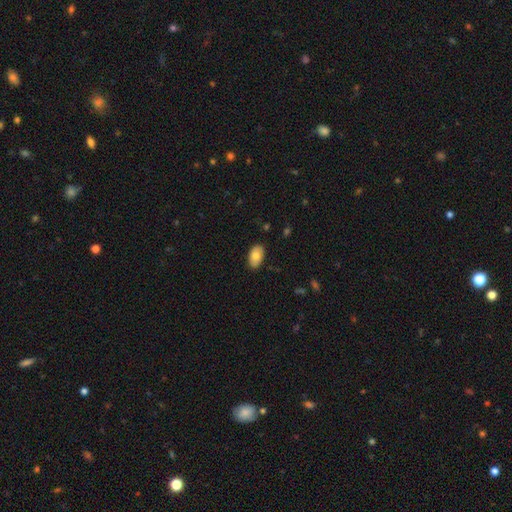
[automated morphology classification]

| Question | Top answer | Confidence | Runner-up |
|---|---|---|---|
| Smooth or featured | smooth | 76% | featured or disk (18%) |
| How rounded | in between | 94% | round (5%) |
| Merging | none | 86% | minor disturbance (11%) |